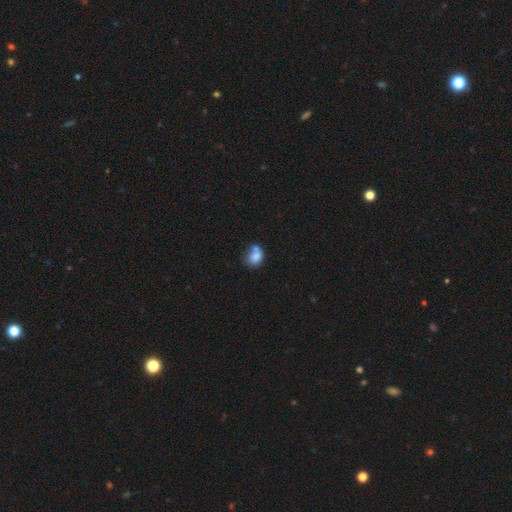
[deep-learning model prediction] A smooth galaxy with no disk features (76%) that is round (50%). Merging: merger (43%).